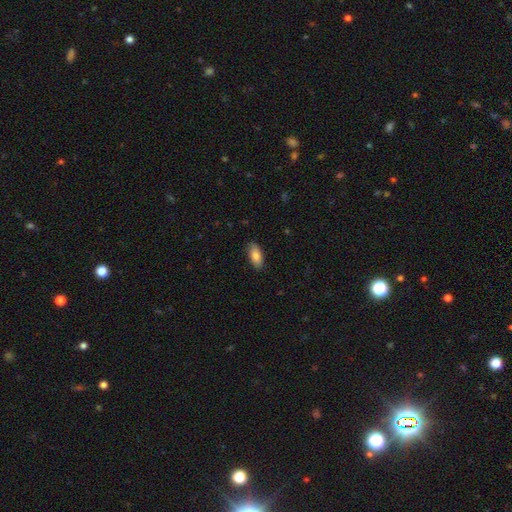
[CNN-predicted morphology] Overall: smooth (85%). How rounded: in between (86%). Merging: none (86%).